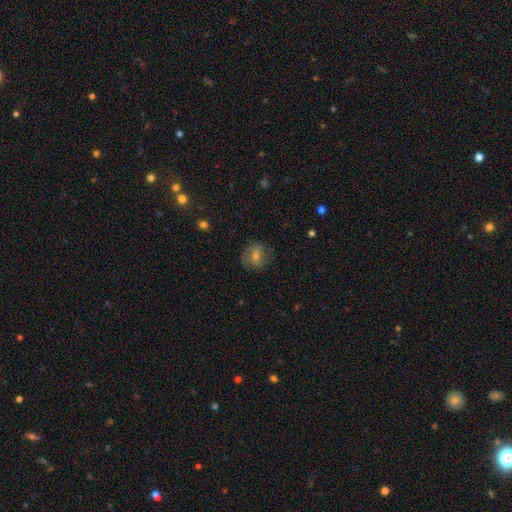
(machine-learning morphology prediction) Smooth or featured? Predicted: smooth (p=0.51). How rounded? Predicted: round (p=0.78). Merging? Predicted: none (p=0.80).